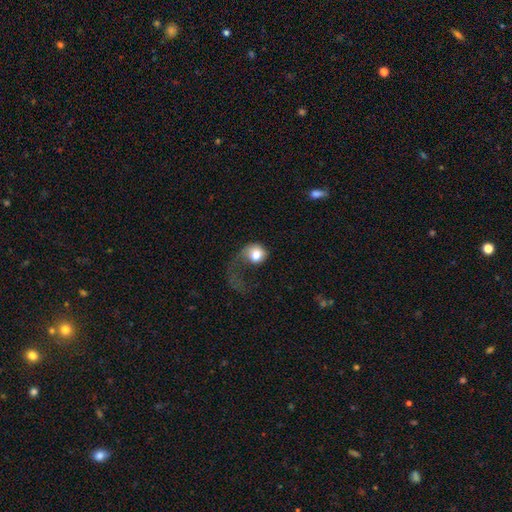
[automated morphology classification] Smooth or featured: smooth — 69% (featured or disk — 23%)
How rounded: round — 75% (in between — 24%)
Merging: major disturbance — 67% (none — 16%)